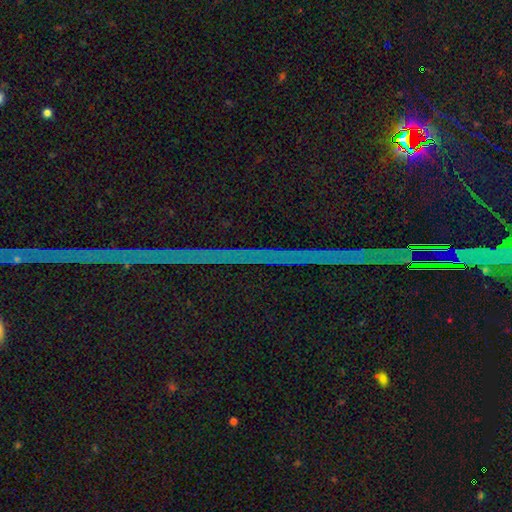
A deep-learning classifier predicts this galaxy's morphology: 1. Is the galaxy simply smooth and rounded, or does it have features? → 89% star or artifact, 6% featured or disk, 5% smooth.